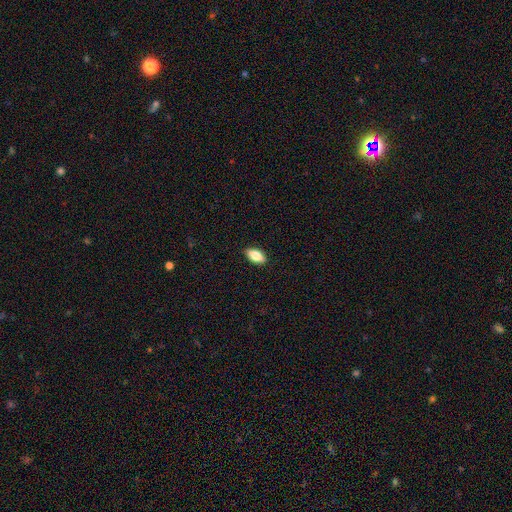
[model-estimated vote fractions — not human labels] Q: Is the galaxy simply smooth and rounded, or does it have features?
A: smooth — 83%.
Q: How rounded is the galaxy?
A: in between — 90%.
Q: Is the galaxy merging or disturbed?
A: none — 89%.